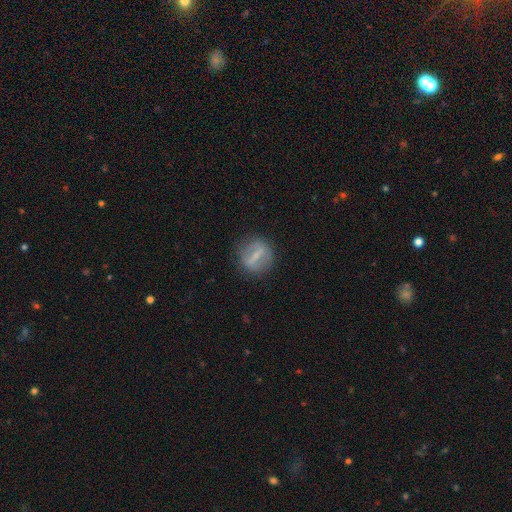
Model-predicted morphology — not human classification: Q: Smooth or featured?
A: featured or disk (56%); runner-up: smooth (35%)
Q: Edge-on disk?
A: no (81%); runner-up: yes (19%)
Q: Merging?
A: none (83%); runner-up: minor disturbance (11%)